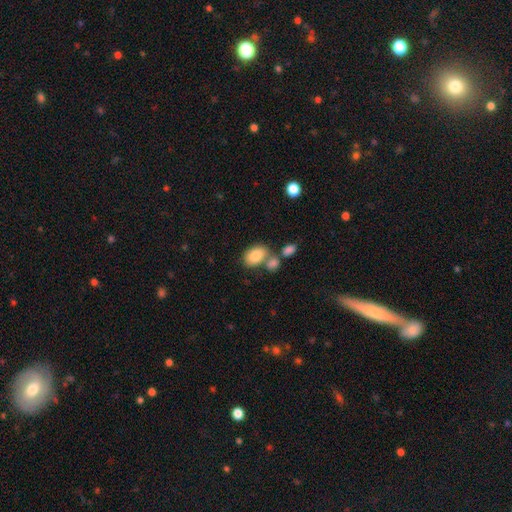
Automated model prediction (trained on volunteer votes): Smooth or featured?
  - smooth: 83% *
  - featured or disk: 10%
  - star or artifact: 7%
How rounded?
  - in between: 84% *
  - round: 14%
  - cigar-shaped: 1%
Merging?
  - none: 49% *
  - merger: 34%
  - minor disturbance: 13%
  - major disturbance: 5%